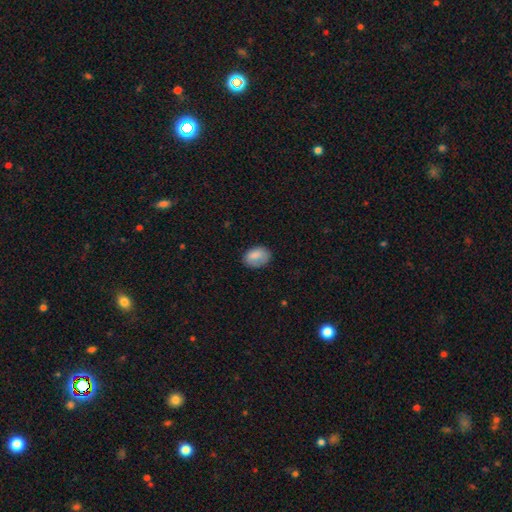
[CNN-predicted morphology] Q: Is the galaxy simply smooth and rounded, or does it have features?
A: smooth — 83%.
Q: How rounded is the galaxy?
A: in between — 80%.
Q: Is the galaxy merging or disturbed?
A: none — 69%.